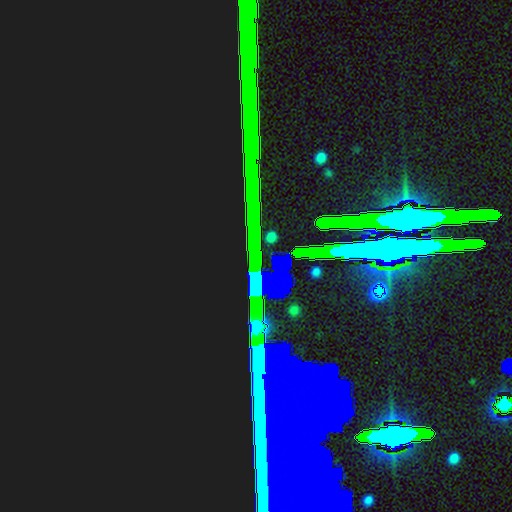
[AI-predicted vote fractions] The model was most divided on "smooth or featured": star or artifact: 83%, featured or disk: 9%, smooth: 8%.